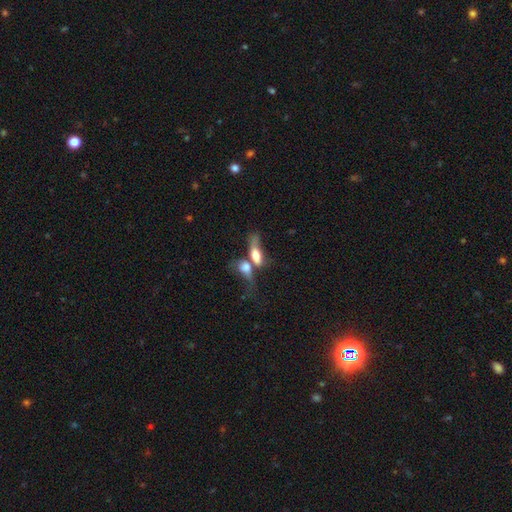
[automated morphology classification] Smooth or featured? Predicted: smooth (p=0.60). How rounded? Predicted: in between (p=0.67). Merging? Predicted: merger (p=0.67).